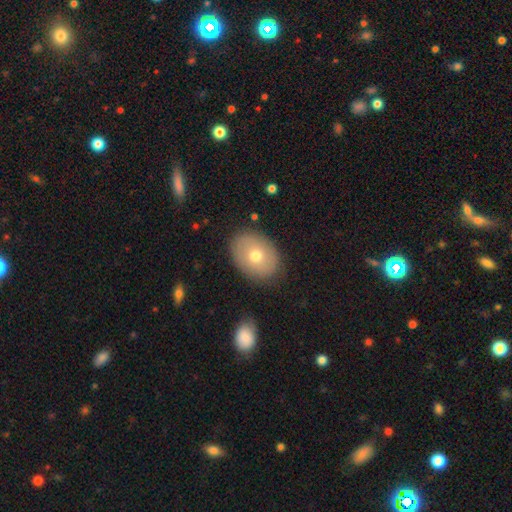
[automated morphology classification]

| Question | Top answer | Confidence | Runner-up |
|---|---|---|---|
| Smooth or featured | smooth | 66% | featured or disk (25%) |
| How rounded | in between | 68% | round (31%) |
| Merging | none | 85% | minor disturbance (11%) |